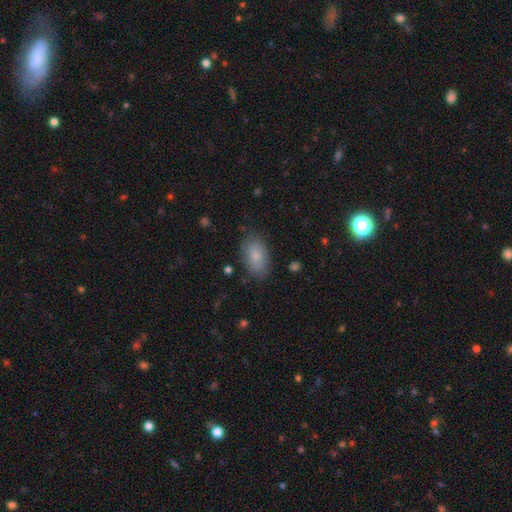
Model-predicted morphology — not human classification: Overall: smooth (81%). How rounded: in between (92%). Merging: none (79%).